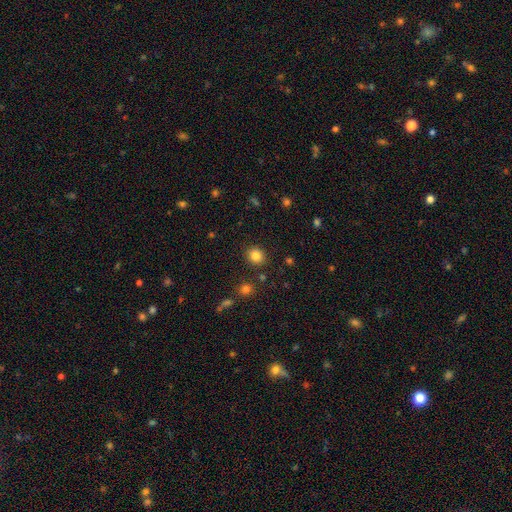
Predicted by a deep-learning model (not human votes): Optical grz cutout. It shows a smooth galaxy with no disk features (83%) that is round (80%). Merging: none (87%).